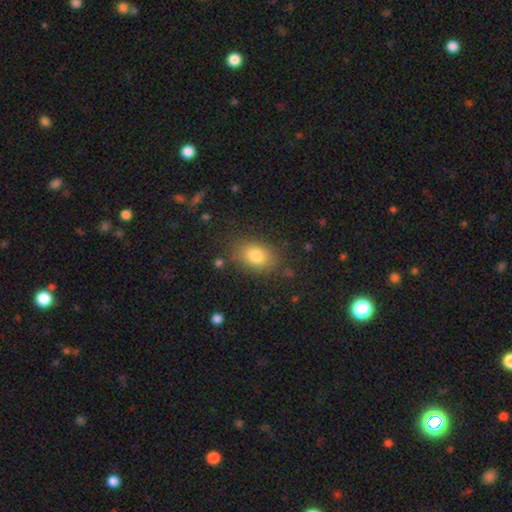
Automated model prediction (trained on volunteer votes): Overall: smooth (82%). How rounded: in between (82%). Merging: none (80%).